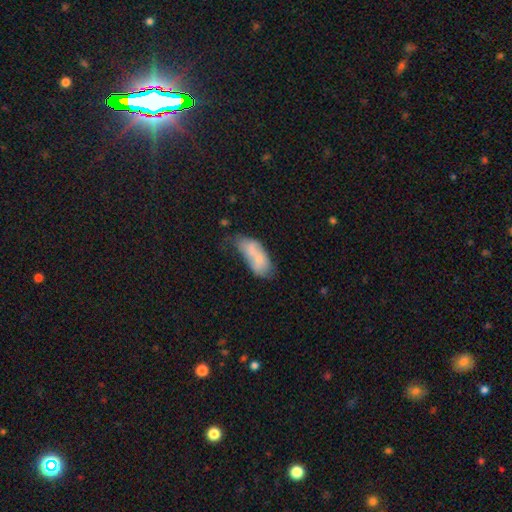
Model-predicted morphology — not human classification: Smooth or featured?
  - smooth: 63% *
  - featured or disk: 28%
  - star or artifact: 9%
How rounded?
  - in between: 85% *
  - cigar-shaped: 12%
  - round: 3%
Merging?
  - merger: 28% *
  - minor disturbance: 27%
  - none: 27%
  - major disturbance: 18%